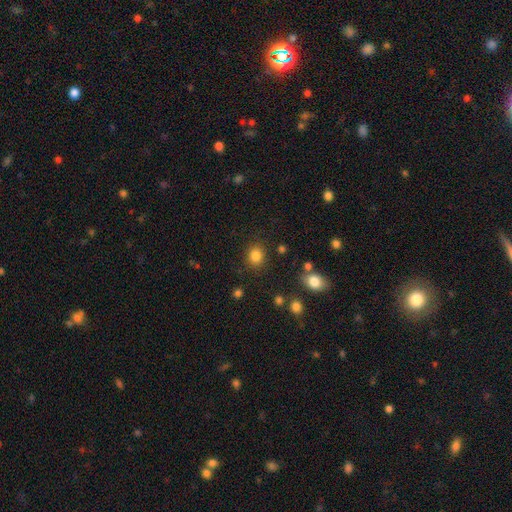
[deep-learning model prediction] A smooth galaxy with no disk features (84%) that is round (73%). Merging: none (86%).